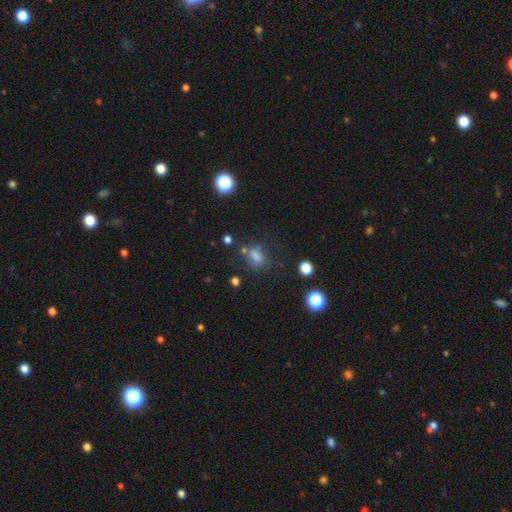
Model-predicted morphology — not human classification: A smooth galaxy with no disk features (68%) that is in between round and cigar-shaped (58%). Merging: none (60%).